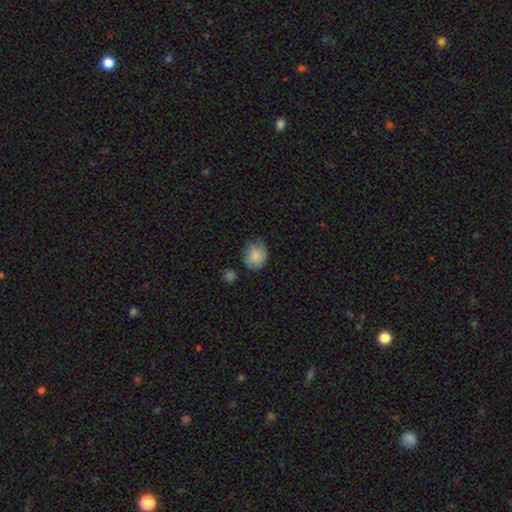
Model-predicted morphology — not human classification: smooth 84%, featured or disk 8%, star or artifact 7%. Down the decision tree: how rounded — round (71%); merging — none (66%).